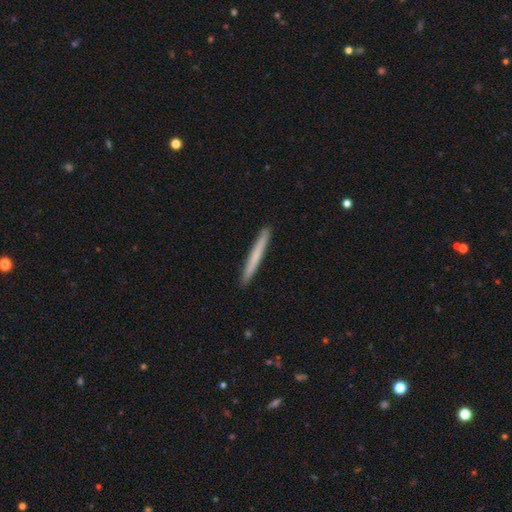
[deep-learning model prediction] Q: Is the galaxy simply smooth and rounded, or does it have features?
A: smooth — 64%.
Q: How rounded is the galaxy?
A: cigar-shaped — 97%.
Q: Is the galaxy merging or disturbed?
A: none — 93%.